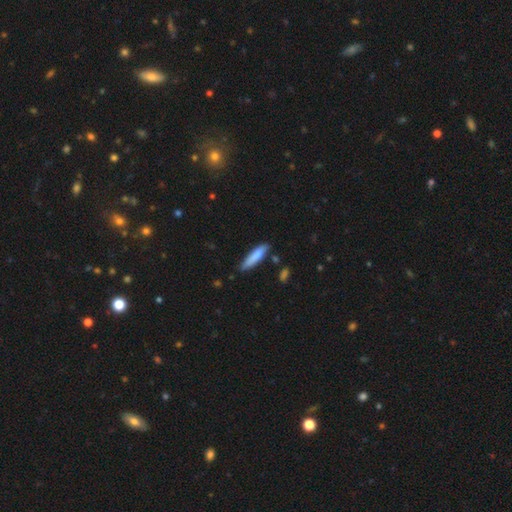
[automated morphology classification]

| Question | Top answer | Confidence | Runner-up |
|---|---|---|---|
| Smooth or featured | smooth | 79% | featured or disk (15%) |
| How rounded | cigar-shaped | 79% | in between (19%) |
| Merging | none | 74% | minor disturbance (20%) |